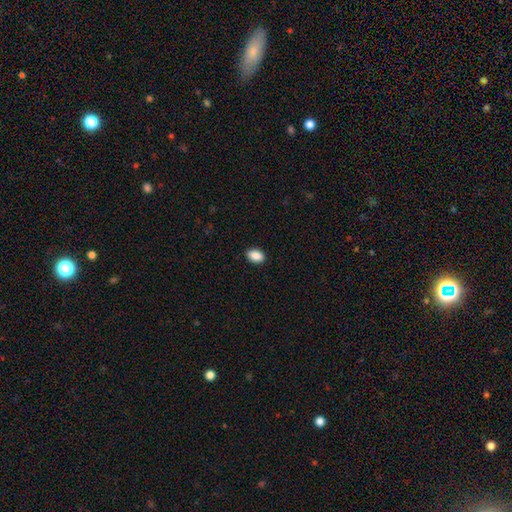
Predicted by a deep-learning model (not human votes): The model was most divided on "how rounded": in between: 87%, round: 12%, cigar-shaped: 1%. More confident: smooth or featured — smooth (89%); merging — none (88%).